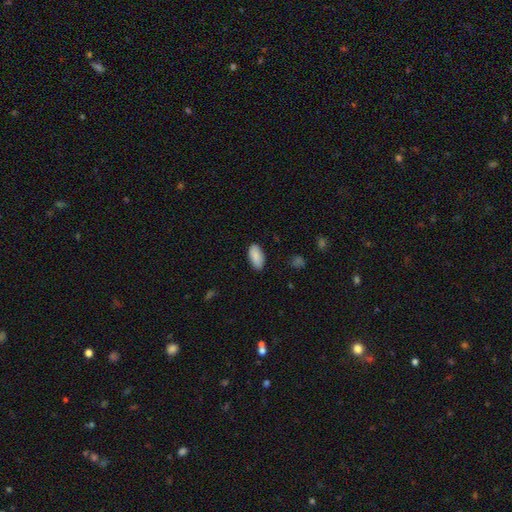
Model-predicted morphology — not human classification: Smooth or featured?
  - smooth: 90% *
  - star or artifact: 6%
  - featured or disk: 4%
How rounded?
  - in between: 91% *
  - cigar-shaped: 7%
  - round: 2%
Merging?
  - none: 85% *
  - minor disturbance: 11%
  - major disturbance: 2%
  - merger: 1%